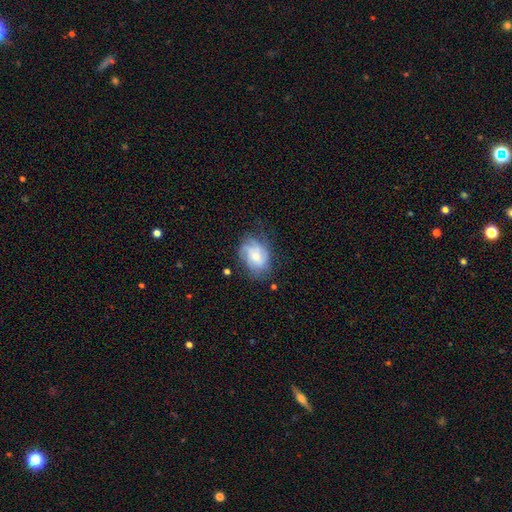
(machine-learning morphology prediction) Smooth or featured? Predicted: featured or disk (p=0.61). Edge-on disk? Predicted: no (p=0.97). Bar? Predicted: no (p=0.63). Spiral arms? Predicted: yes (p=0.86). Spiral winding? Predicted: medium (p=0.40). Spiral arm count? Predicted: can't tell (p=0.37). Bulge size? Predicted: small (p=0.46). Merging? Predicted: none (p=0.59).